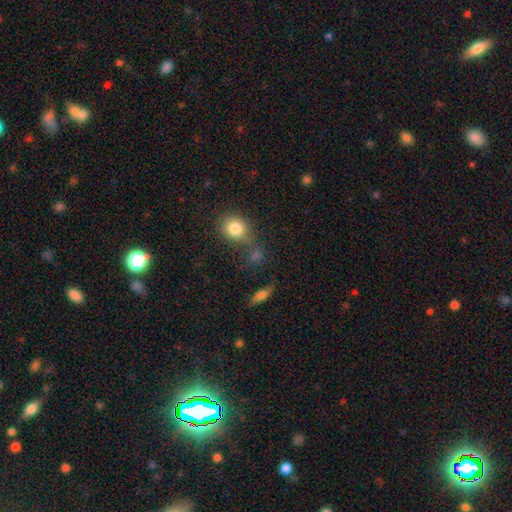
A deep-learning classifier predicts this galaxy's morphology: type=smooth (69%); roundness=round (63%); merging=none (64%).